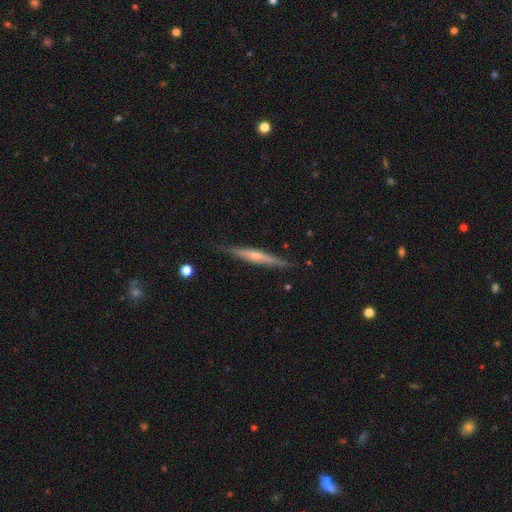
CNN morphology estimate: Smooth or featured?
  - featured or disk: 67% *
  - smooth: 27%
  - star or artifact: 6%
Edge-on disk?
  - yes: 97% *
  - no: 3%
Edge-on bulge?
  - rounded: 61% *
  - none: 31%
  - boxy: 9%
Merging?
  - none: 85% *
  - minor disturbance: 11%
  - major disturbance: 2%
  - merger: 1%